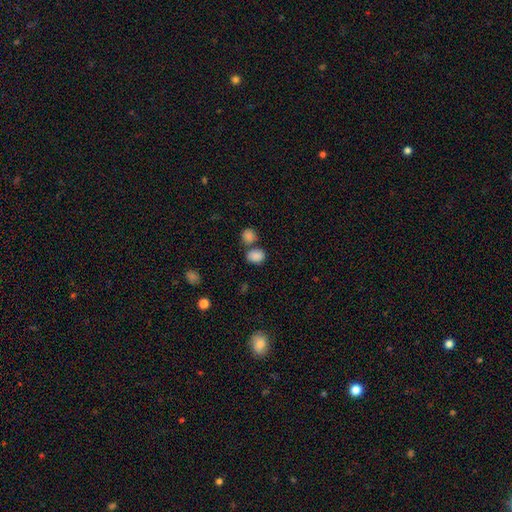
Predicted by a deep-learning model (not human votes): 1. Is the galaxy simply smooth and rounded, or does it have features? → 85% smooth, 11% star or artifact, 5% featured or disk.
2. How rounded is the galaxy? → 56% in between, 43% round, 1% cigar-shaped.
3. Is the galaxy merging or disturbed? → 61% none, 25% merger, 11% minor disturbance, 4% major disturbance.